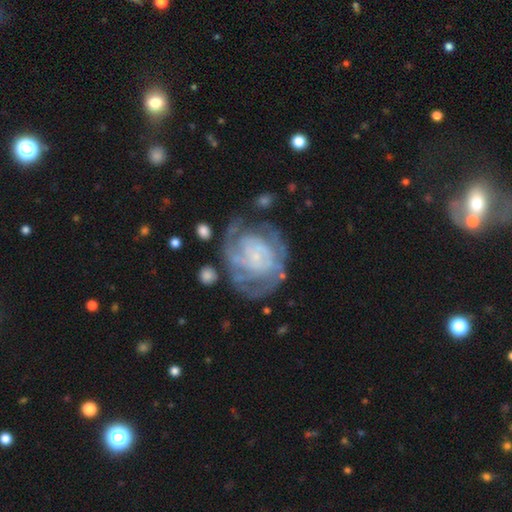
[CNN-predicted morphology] Smooth or featured: featured or disk — 80% (smooth — 13%)
Edge-on disk: no — 98% (yes — 2%)
Bar: no — 71% (weak — 23%)
Spiral arms: yes — 85% (no — 15%)
Spiral winding: tight — 63% (medium — 28%)
Spiral arm count: can't tell — 45% (2 — 18%)
Bulge size: small — 72% (none — 16%)
Merging: none — 56% (minor disturbance — 20%)